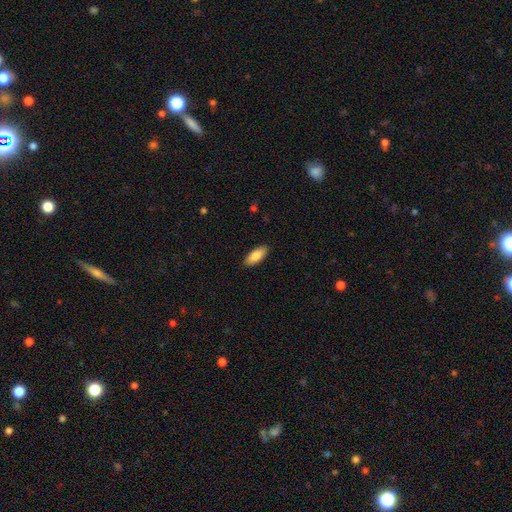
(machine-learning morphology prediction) A smooth galaxy with no disk features (86%) that is in between round and cigar-shaped (81%).

Vote fractions:
- Smooth or featured? smooth: 86% / featured or disk: 8% / star or artifact: 6%
- How rounded? in between: 81% / cigar-shaped: 17% / round: 2%
- Merging? none: 89% / minor disturbance: 8% / major disturbance: 2% / merger: 1%